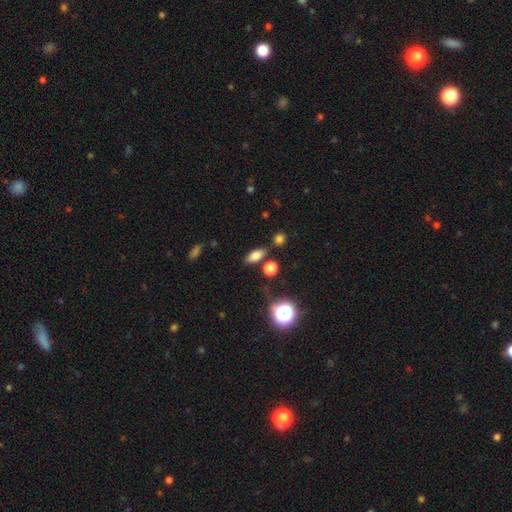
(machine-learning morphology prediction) This is likely a smooth galaxy (75%). How rounded: likely in between (77%). Merging: likely none (80%).